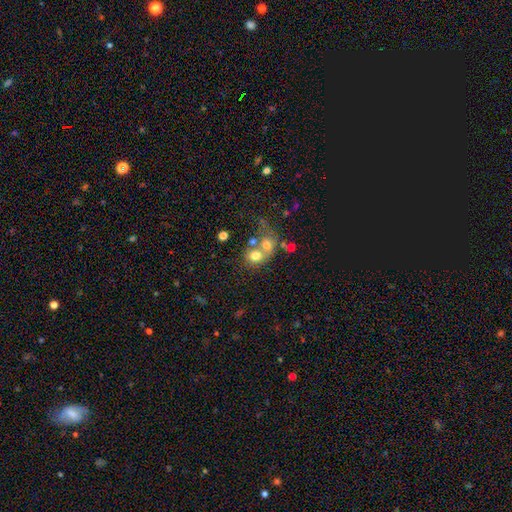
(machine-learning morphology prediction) The model was most divided on "how rounded": round: 64%, in between: 35%, cigar-shaped: 1%. More confident: smooth or featured — smooth (68%); merging — merger (61%).